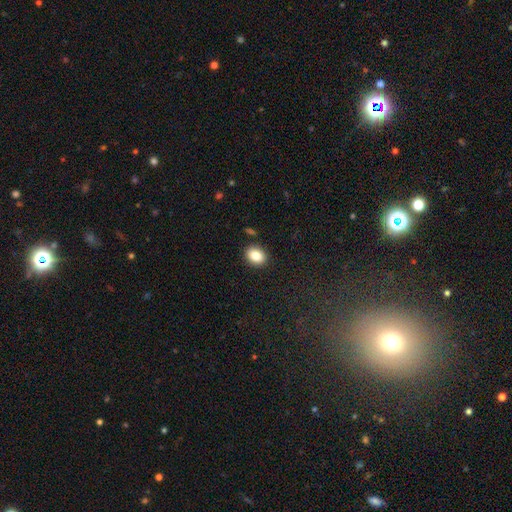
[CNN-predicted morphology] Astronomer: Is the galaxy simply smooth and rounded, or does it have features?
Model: smooth — 84%.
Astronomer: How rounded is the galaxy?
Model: in between — 61% (runner-up: round, 38%).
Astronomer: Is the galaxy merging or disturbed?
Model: none — 89%.